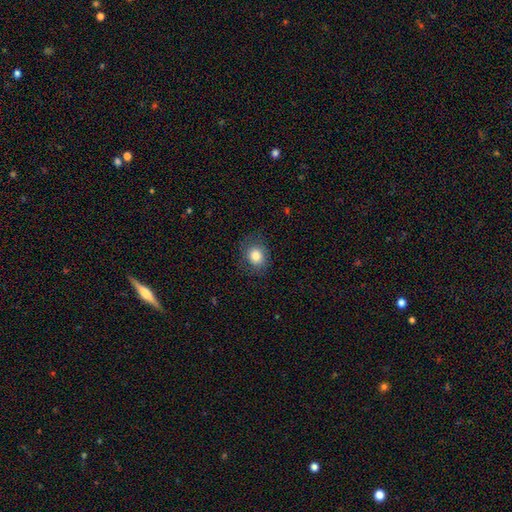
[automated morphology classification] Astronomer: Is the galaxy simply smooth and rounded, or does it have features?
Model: smooth — 83%.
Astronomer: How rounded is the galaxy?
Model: round — 60% (runner-up: in between, 39%).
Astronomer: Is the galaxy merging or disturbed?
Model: none — 80%.